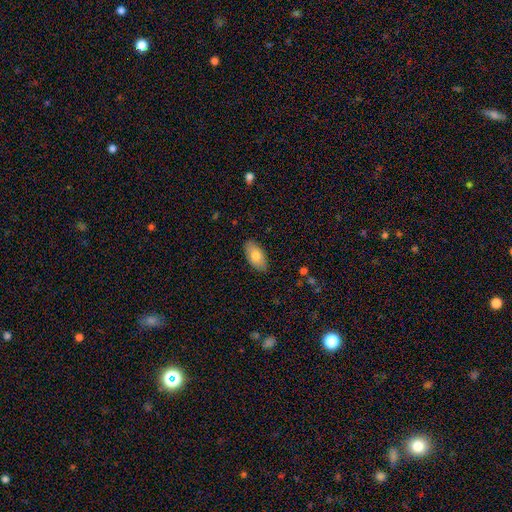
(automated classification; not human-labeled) Smooth or featured?
  - smooth: 77% *
  - featured or disk: 16%
  - star or artifact: 6%
How rounded?
  - in between: 94% *
  - round: 3%
  - cigar-shaped: 3%
Merging?
  - none: 85% *
  - minor disturbance: 12%
  - major disturbance: 2%
  - merger: 1%